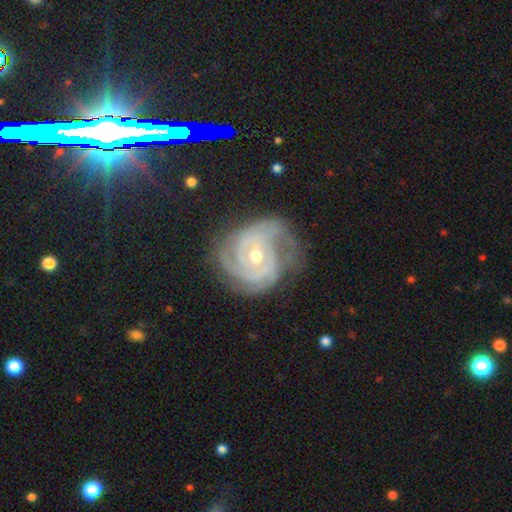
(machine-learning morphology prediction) type=featured or disk (89%); edge-on=no (97%); bar=no (68%); spiral arms=yes (97%); winding=tight (73%); arm count=3 (35%); bulge=moderate (62%); merging=none (66%).